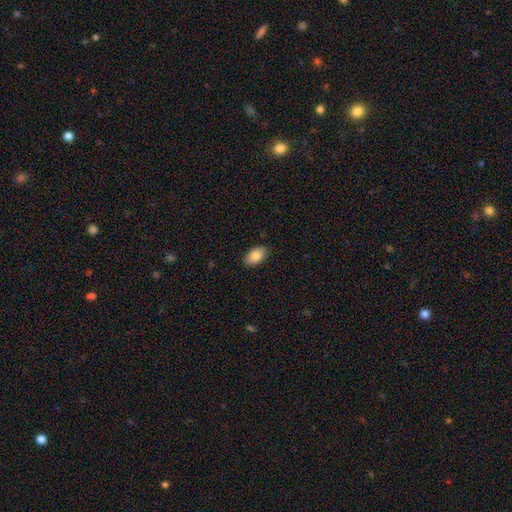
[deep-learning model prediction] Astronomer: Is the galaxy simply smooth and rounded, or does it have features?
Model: smooth — 87%.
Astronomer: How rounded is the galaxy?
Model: in between — 93%.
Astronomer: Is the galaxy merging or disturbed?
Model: none — 86%.